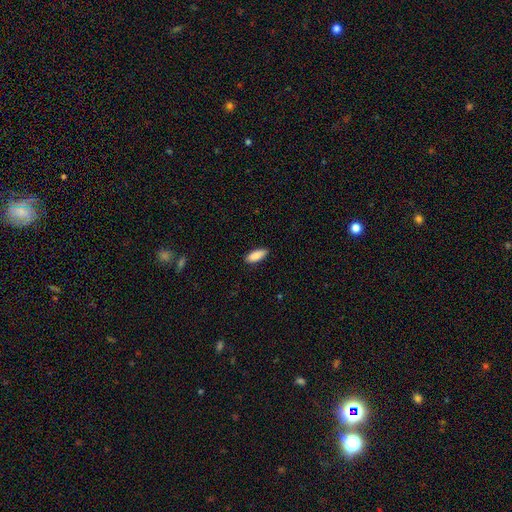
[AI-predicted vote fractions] smooth_or_featured: smooth (p=0.89) [alt: star or artifact p=0.06]
how_rounded: in between (p=0.79) [alt: cigar-shaped p=0.19]
merging: none (p=0.86) [alt: minor disturbance p=0.11]